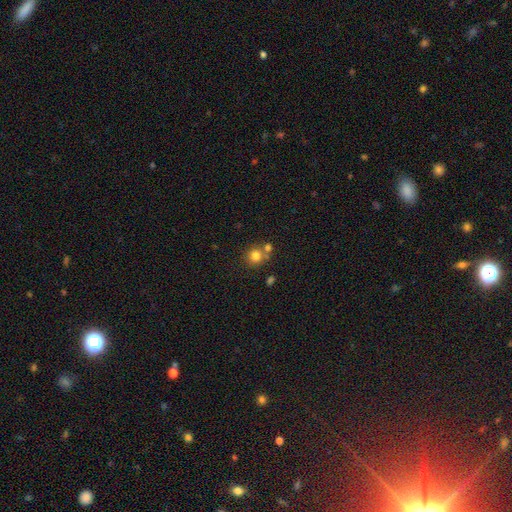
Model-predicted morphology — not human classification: Overall: smooth (80%). How rounded: round (86%). Merging: none (59%; merger 28%).